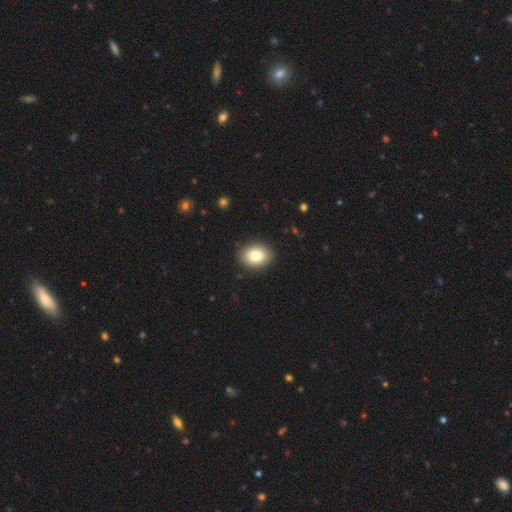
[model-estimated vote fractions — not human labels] smooth_or_featured: smooth (p=0.82) [alt: featured or disk p=0.10]
how_rounded: in between (p=0.65) [alt: round p=0.34]
merging: none (p=0.89) [alt: minor disturbance p=0.08]